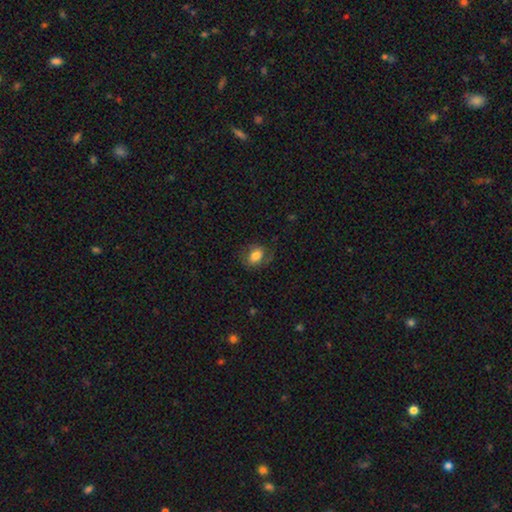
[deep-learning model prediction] Smooth or featured: smooth — 73% (featured or disk — 18%)
How rounded: in between — 68% (round — 30%)
Merging: none — 70% (minor disturbance — 19%)